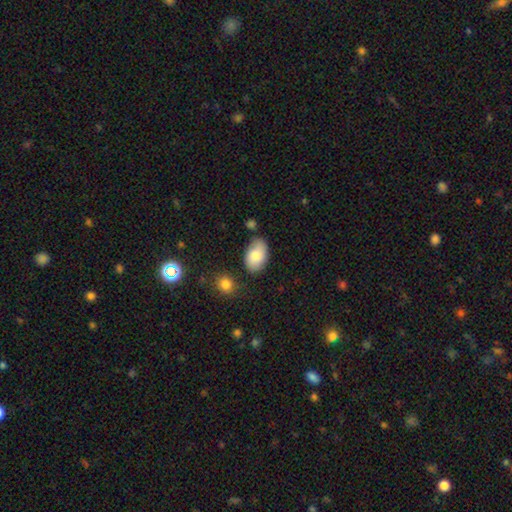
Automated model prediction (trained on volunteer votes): smooth 80%, featured or disk 13%, star or artifact 7%. Down the decision tree: how rounded — in between (90%); merging — none (68%).